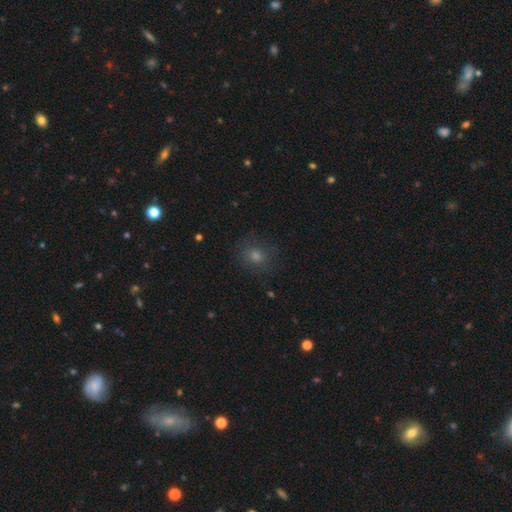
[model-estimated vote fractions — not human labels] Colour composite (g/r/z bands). It shows a smooth galaxy with no disk features (63%) that is round (82%). Merging: none (82%).